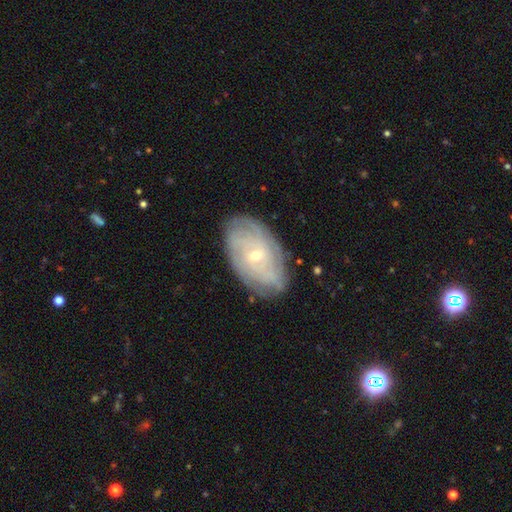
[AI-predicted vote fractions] This is likely a featured or disk galaxy (77%). It is clearly not viewed edge-on (94%). Bar: likely no (66%). Spiral arm pattern: clearly yes (89%). Spiral arm count: possibly can't tell (54%). Spiral winding: likely tight (75%). Central bulge: likely small (63%). Merging: likely none (80%).